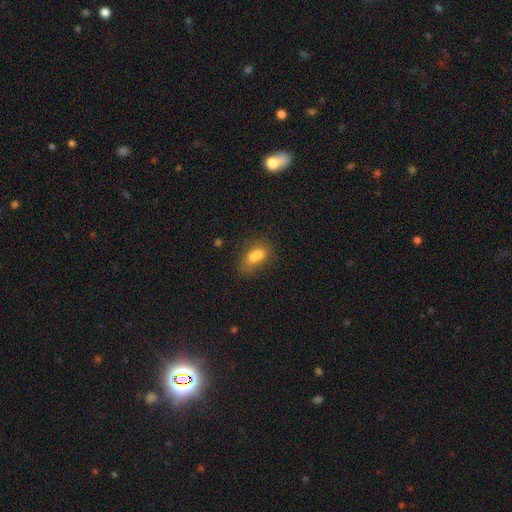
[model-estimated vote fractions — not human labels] smooth-or-featured: smooth: 69% | featured or disk: 19% | star or artifact: 12%
  how-rounded: in between: 68% | round: 28% | cigar-shaped: 4%
  merging: merger: 54% | none: 27% | minor disturbance: 12% | major disturbance: 7%